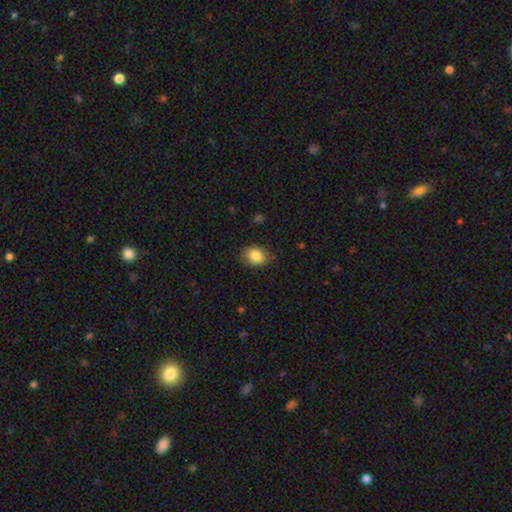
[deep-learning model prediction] Smooth or featured?
  - smooth: 84% *
  - star or artifact: 8%
  - featured or disk: 8%
How rounded?
  - in between: 62% *
  - round: 37%
  - cigar-shaped: 1%
Merging?
  - none: 78% *
  - minor disturbance: 17%
  - major disturbance: 3%
  - merger: 1%